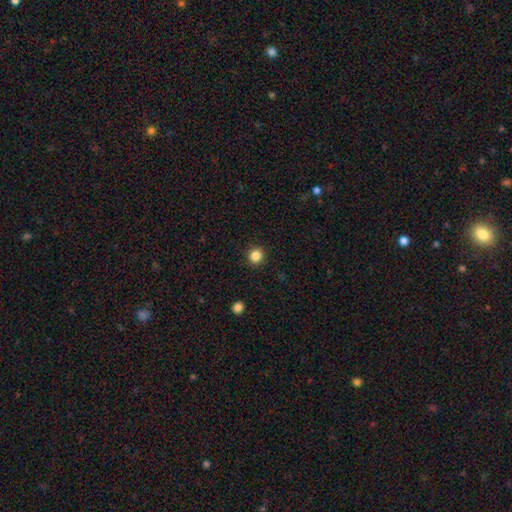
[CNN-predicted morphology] This appears to be a smooth galaxy with no disk features (84%) that is round (92%). Merging: none (92%).